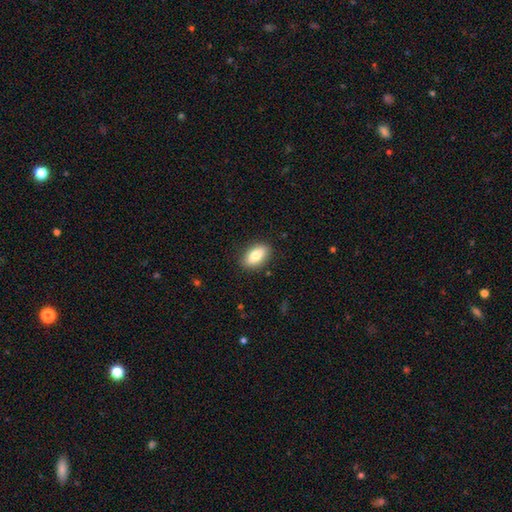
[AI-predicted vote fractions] A smooth galaxy with no disk features (78%) that is in between round and cigar-shaped (88%). Merging: none (87%).